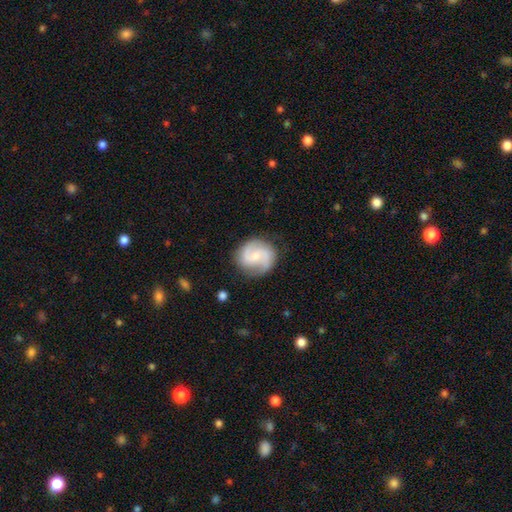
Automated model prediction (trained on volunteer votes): smooth_or_featured: featured or disk (p=0.77) [alt: smooth p=0.17]
disk_edge_on: no (p=0.98) [alt: yes p=0.02]
bar: weak (p=0.47) [alt: no p=0.41]
has_spiral_arms: yes (p=0.96) [alt: no p=0.04]
spiral_winding: medium (p=0.50) [alt: loose p=0.25]
spiral_arm_count: 2 (p=0.89) [alt: can't tell p=0.05]
bulge_size: small (p=0.56) [alt: moderate p=0.35]
merging: none (p=0.80) [alt: minor disturbance p=0.14]